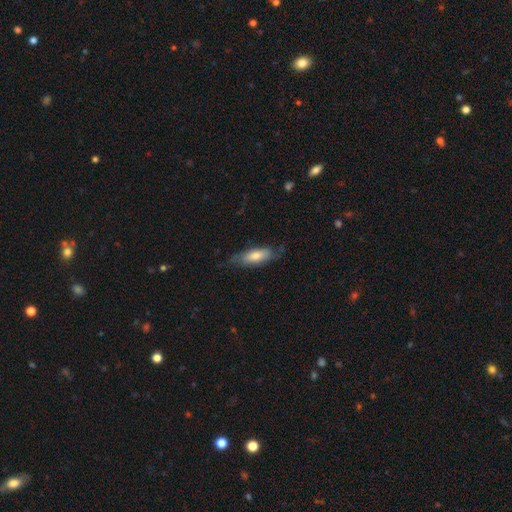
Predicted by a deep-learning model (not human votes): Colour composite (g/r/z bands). It shows a smooth galaxy with no disk features (62%) that is in between round and cigar-shaped (64%). Merging: none (67%).